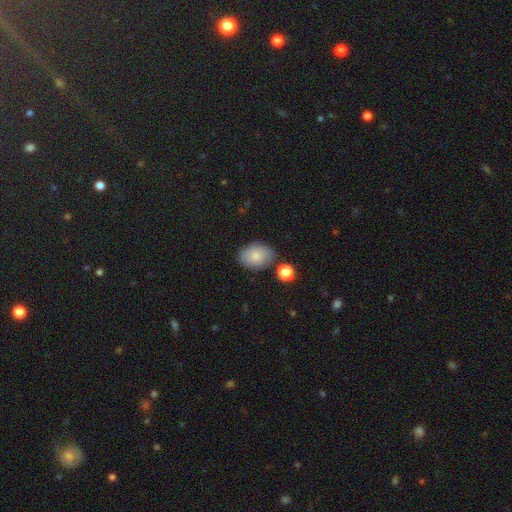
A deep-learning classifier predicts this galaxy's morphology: smooth_or_featured: smooth (p=0.81) [alt: featured or disk p=0.11]
how_rounded: in between (p=0.79) [alt: round p=0.19]
merging: none (p=0.74) [alt: minor disturbance p=0.16]